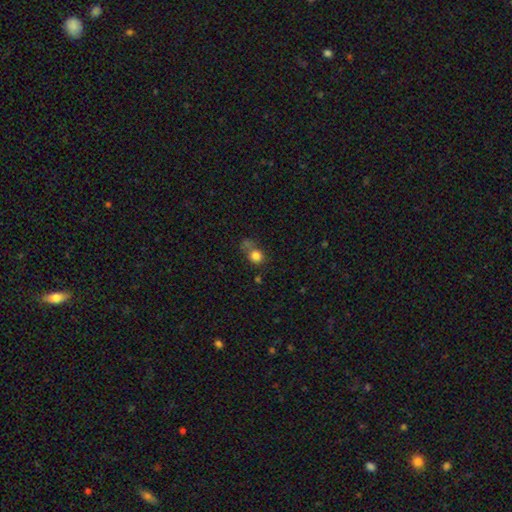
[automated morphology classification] The model was most divided on "merging": none: 48%, merger: 29%, minor disturbance: 15%, major disturbance: 9%. More confident: smooth or featured — smooth (80%); how rounded — round (76%).